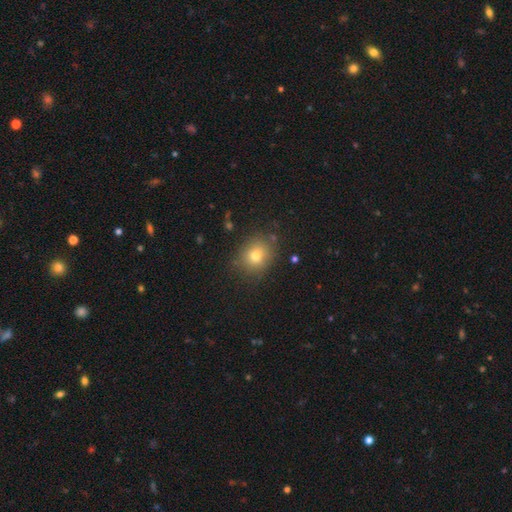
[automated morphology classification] smooth-or-featured: smooth: 74% | star or artifact: 15% | featured or disk: 10%
  how-rounded: round: 72% | in between: 27% | cigar-shaped: 1%
  merging: none: 85% | minor disturbance: 10% | major disturbance: 3% | merger: 2%